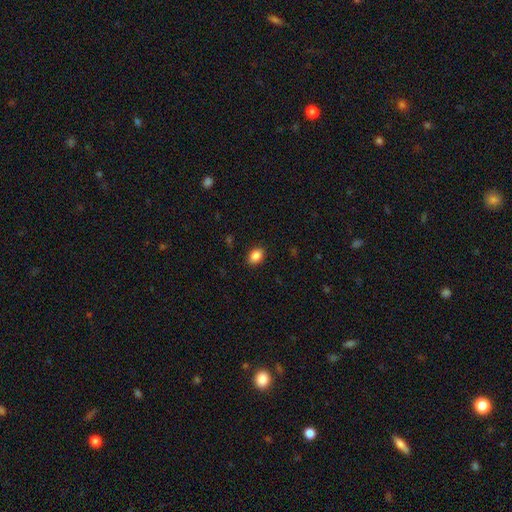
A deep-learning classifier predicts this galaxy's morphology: Smooth or featured? smooth (87%)
How rounded? in between (79%)
Merging? none (89%)